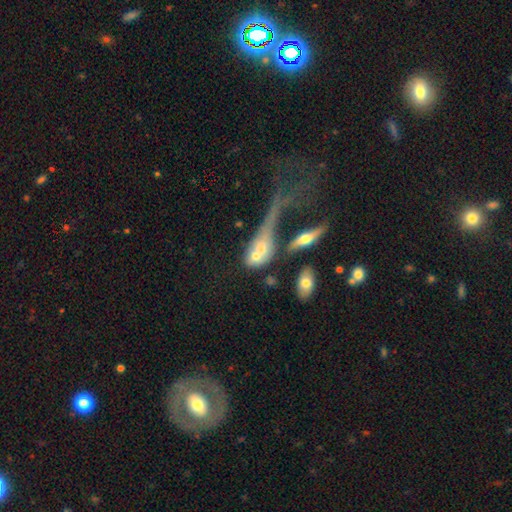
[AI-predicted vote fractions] smooth 61%, featured or disk 30%, star or artifact 10%. Down the decision tree: how rounded — in between (67%); merging — merger (53%).